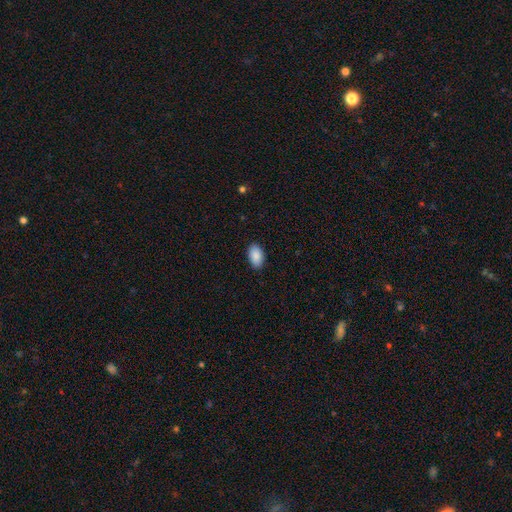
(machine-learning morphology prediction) A smooth galaxy with no disk features (90%) that is in between round and cigar-shaped (94%).

Vote fractions:
- Smooth or featured? smooth: 90% / star or artifact: 7% / featured or disk: 3%
- How rounded? in between: 94% / round: 5% / cigar-shaped: 1%
- Merging? none: 89% / minor disturbance: 8% / major disturbance: 2% / merger: 1%